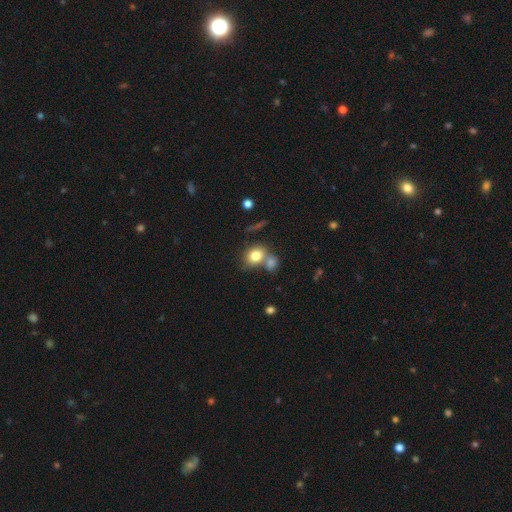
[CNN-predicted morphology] Q: Smooth or featured?
A: smooth (79%); runner-up: featured or disk (11%)
Q: How rounded?
A: round (56%); runner-up: in between (43%)
Q: Merging?
A: none (50%); runner-up: merger (33%)